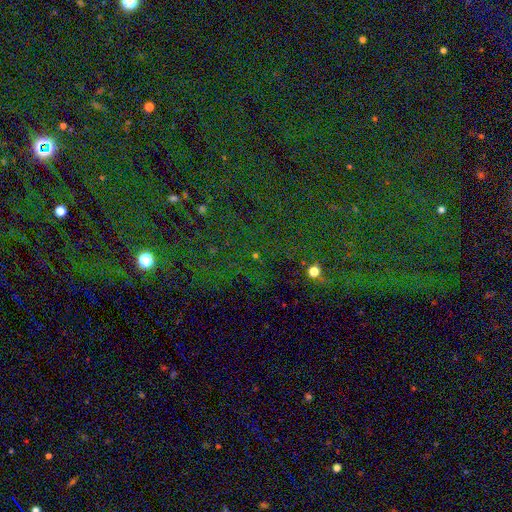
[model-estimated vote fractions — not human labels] Smooth or featured?
  - star or artifact: 76% *
  - smooth: 15%
  - featured or disk: 9%